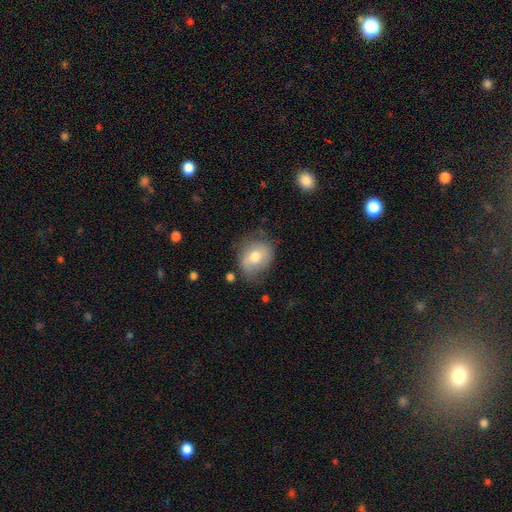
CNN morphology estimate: smooth-or-featured: smooth: 64% | featured or disk: 28% | star or artifact: 8%
  how-rounded: round: 51% | in between: 48% | cigar-shaped: 1%
  merging: none: 61% | minor disturbance: 27% | major disturbance: 10% | merger: 2%